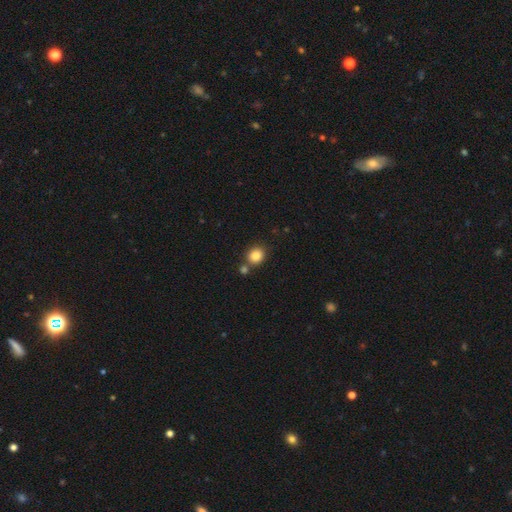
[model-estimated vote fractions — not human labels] smooth_or_featured: smooth (p=0.84) [alt: star or artifact p=0.10]
how_rounded: round (p=0.82) [alt: in between p=0.17]
merging: none (p=0.70) [alt: merger p=0.18]